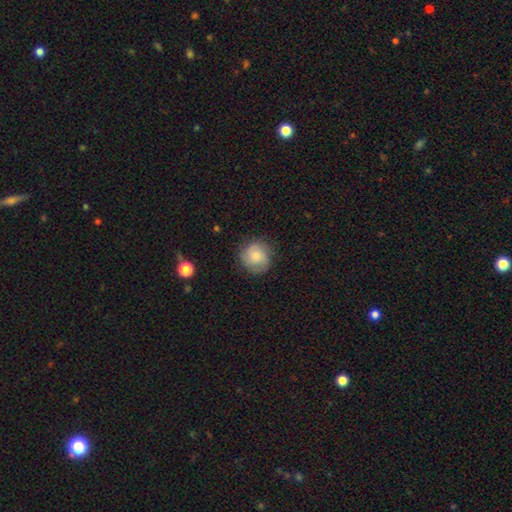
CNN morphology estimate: smooth-or-featured: smooth: 70% | featured or disk: 22% | star or artifact: 8%
  how-rounded: round: 91% | in between: 8% | cigar-shaped: 1%
  merging: none: 78% | minor disturbance: 16% | major disturbance: 5% | merger: 1%